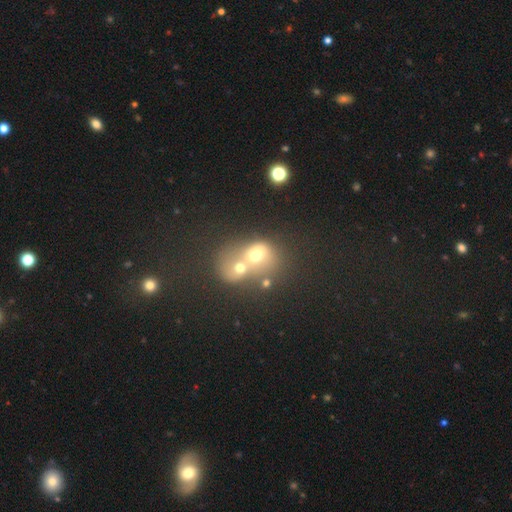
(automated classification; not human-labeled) Q: Smooth or featured?
A: smooth (56%); runner-up: featured or disk (27%)
Q: How rounded?
A: round (56%); runner-up: in between (43%)
Q: Merging?
A: merger (71%); runner-up: none (17%)